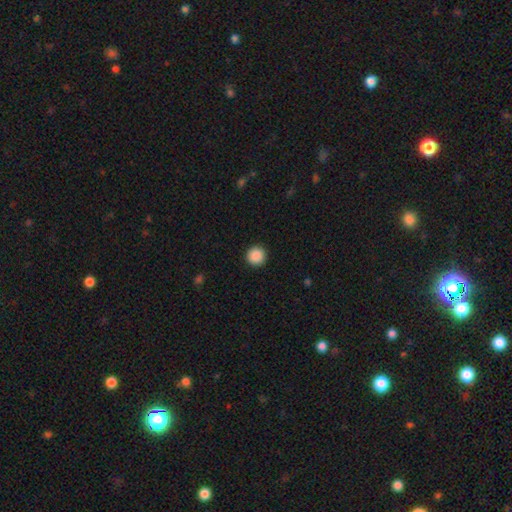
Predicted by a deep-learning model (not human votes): Overall: smooth (89%). How rounded: round (96%). Merging: none (93%).